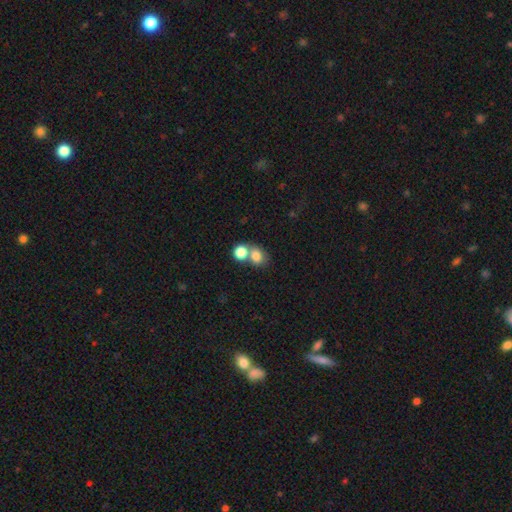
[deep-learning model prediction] The model was most divided on "merging": merger: 47%, none: 41%, minor disturbance: 8%, major disturbance: 4%. More confident: smooth or featured — smooth (79%); how rounded — round (59%).